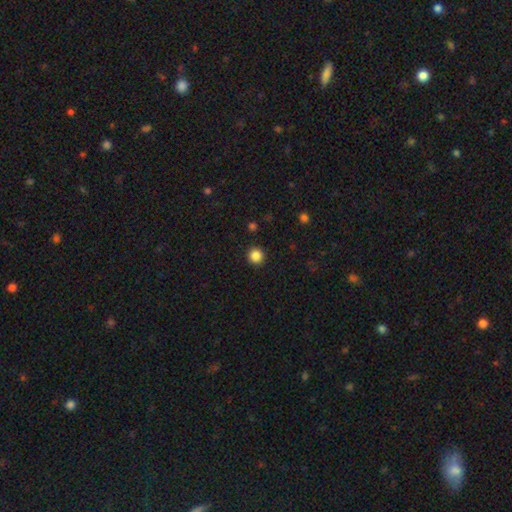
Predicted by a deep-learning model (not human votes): smooth-or-featured: smooth: 86% | star or artifact: 11% | featured or disk: 3%
  how-rounded: round: 95% | in between: 4% | cigar-shaped: 1%
  merging: none: 93% | minor disturbance: 5% | major disturbance: 2% | merger: 1%